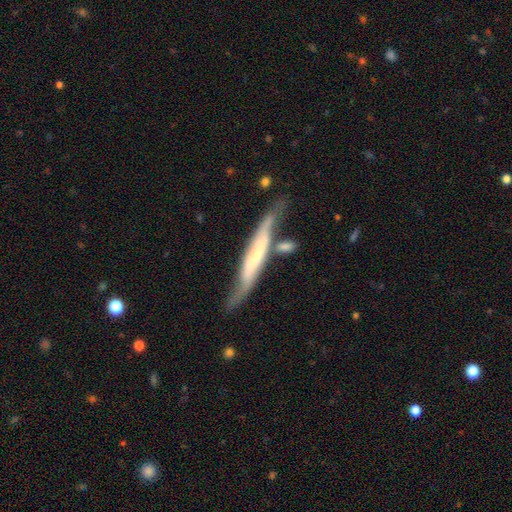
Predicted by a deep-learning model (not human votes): A featured or disk galaxy (62%) viewed edge-on (64%).

Vote fractions:
- Smooth or featured? featured or disk: 62% / smooth: 32% / star or artifact: 6%
- Edge-on disk? yes: 64% / no: 36%
- Merging? none: 47% / minor disturbance: 24% / merger: 18% / major disturbance: 11%